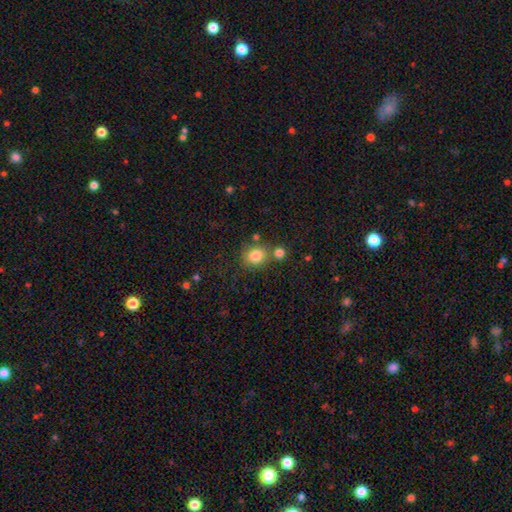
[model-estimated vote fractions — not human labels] Overall: smooth (83%). How rounded: round (72%). Merging: none (65%).